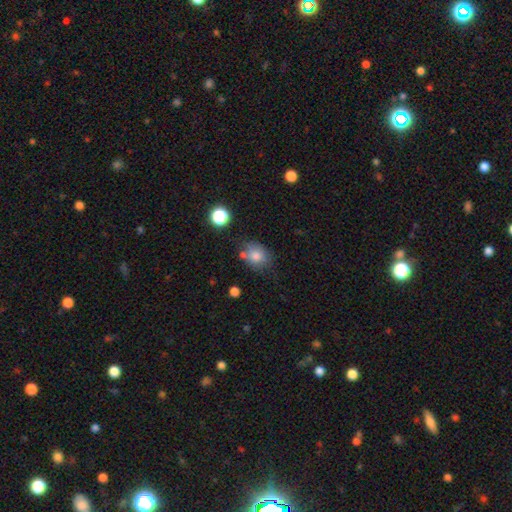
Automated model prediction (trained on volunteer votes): Overall: smooth (79%). How rounded: round (54%; in between 45%). Merging: none (62%).